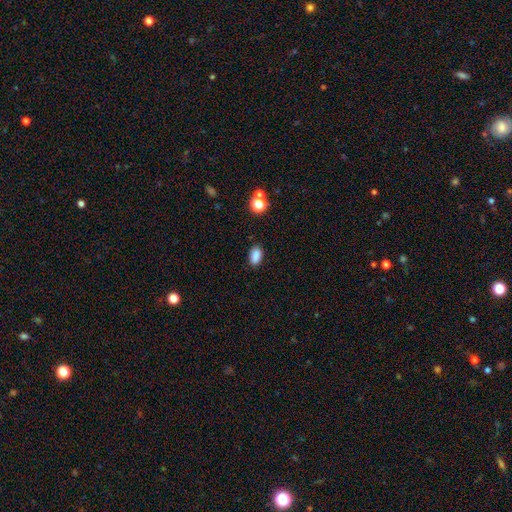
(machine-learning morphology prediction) A smooth galaxy with no disk features (86%) that is in between round and cigar-shaped (89%).

Vote fractions:
- Smooth or featured? smooth: 86% / star or artifact: 10% / featured or disk: 4%
- How rounded? in between: 89% / round: 9% / cigar-shaped: 2%
- Merging? none: 86% / minor disturbance: 10% / major disturbance: 2% / merger: 2%